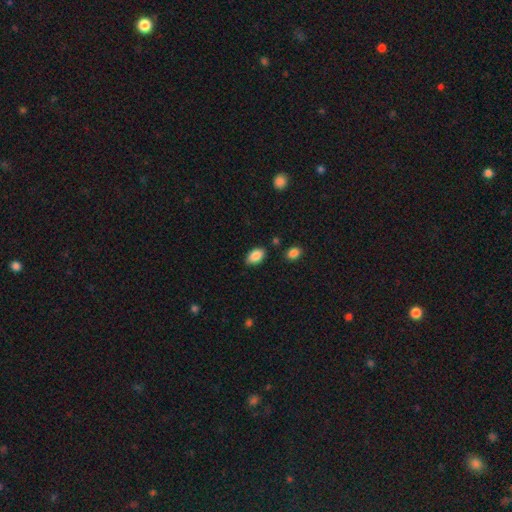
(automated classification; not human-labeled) The model was most divided on "merging": none: 81%, minor disturbance: 13%, merger: 3%, major disturbance: 3%. More confident: how rounded — in between (91%); smooth or featured — smooth (87%).